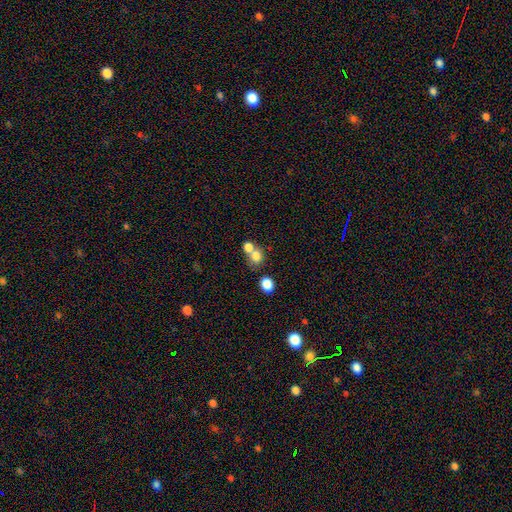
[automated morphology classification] Smooth or featured: smooth — 77% (star or artifact — 12%)
How rounded: round — 71% (in between — 28%)
Merging: merger — 52% (none — 37%)